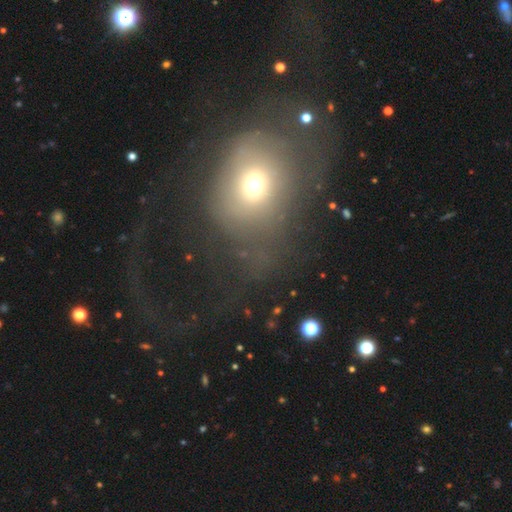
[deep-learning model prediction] The model was most divided on "how rounded": round: 61%, in between: 37%, cigar-shaped: 1%. More confident: merging — major disturbance (54%); smooth or featured — smooth (53%).